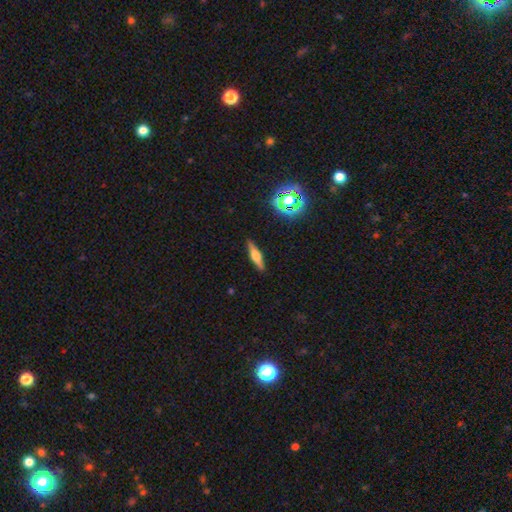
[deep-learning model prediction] A featured or disk galaxy (57%) viewed edge-on (95%) with a rounded central bulge (87%).

Vote fractions:
- Smooth or featured? featured or disk: 57% / smooth: 33% / star or artifact: 10%
- Edge-on disk? yes: 95% / no: 5%
- Edge-on bulge? rounded: 87% / boxy: 9% / none: 3%
- Merging? none: 90% / minor disturbance: 7% / major disturbance: 2% / merger: 1%